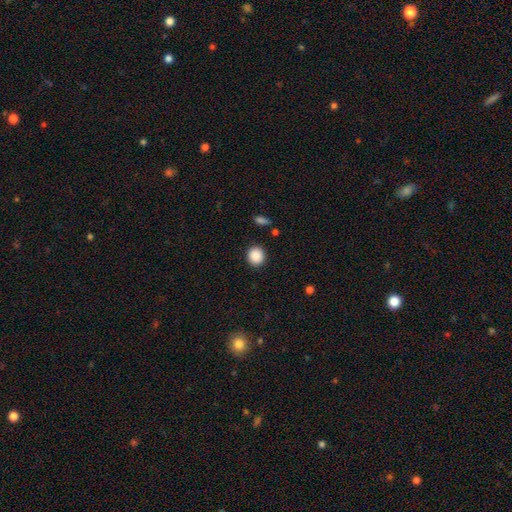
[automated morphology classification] Smooth or featured: smooth — 89% (star or artifact — 8%)
How rounded: round — 86% (in between — 13%)
Merging: none — 90% (minor disturbance — 6%)